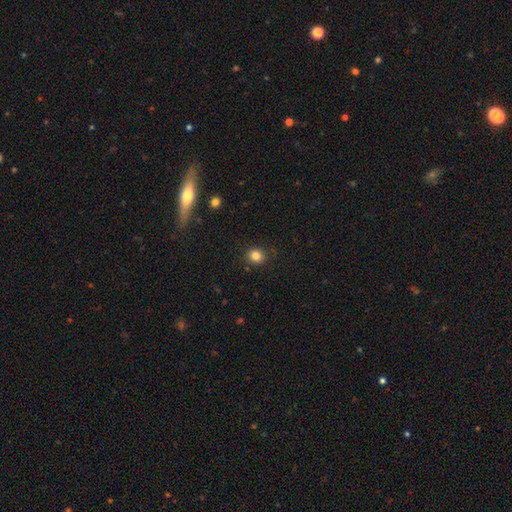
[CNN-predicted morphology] Smooth or featured?
  - smooth: 83% *
  - star or artifact: 12%
  - featured or disk: 5%
How rounded?
  - round: 80% *
  - in between: 19%
  - cigar-shaped: 1%
Merging?
  - none: 86% *
  - minor disturbance: 9%
  - major disturbance: 3%
  - merger: 2%